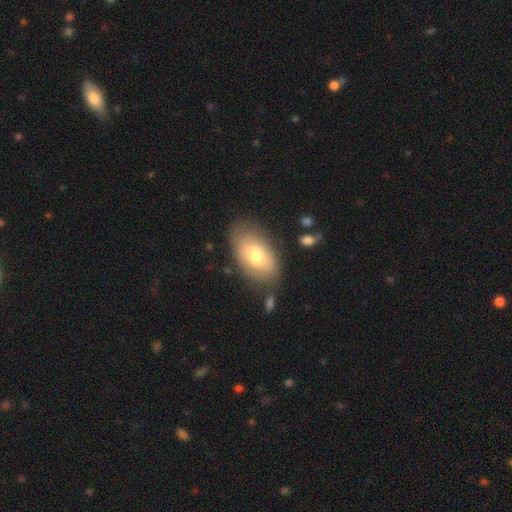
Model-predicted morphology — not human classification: This is likely a smooth galaxy (69%). How rounded: clearly in between (92%). Merging: likely none (74%).